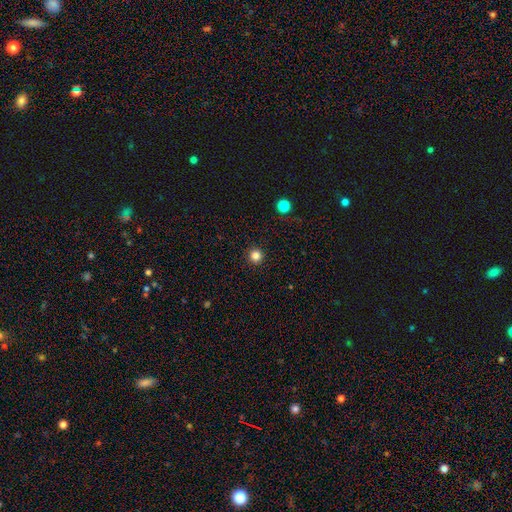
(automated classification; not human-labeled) This appears to be a smooth galaxy with no disk features (83%) that is round (96%). Merging: none (93%).